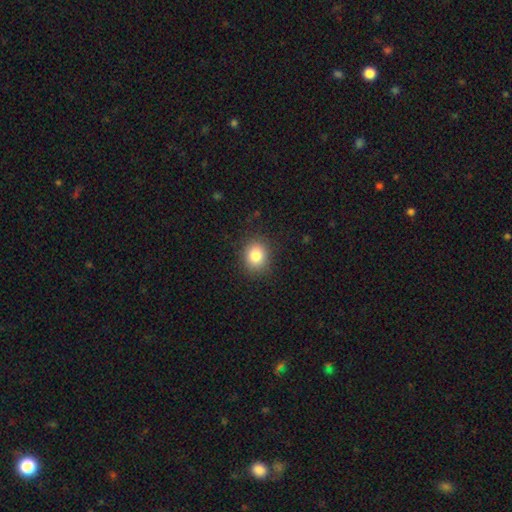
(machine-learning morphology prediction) Overall: smooth (84%). How rounded: round (65%; in between 34%). Merging: none (87%).